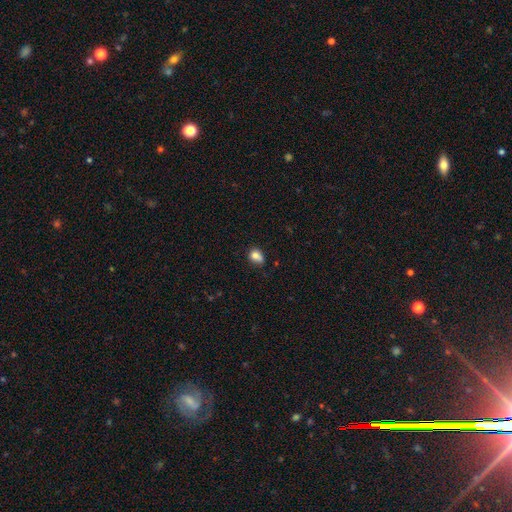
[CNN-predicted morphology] smooth 81%, star or artifact 10%, featured or disk 8%. Down the decision tree: how rounded — in between (59%); merging — none (54%).